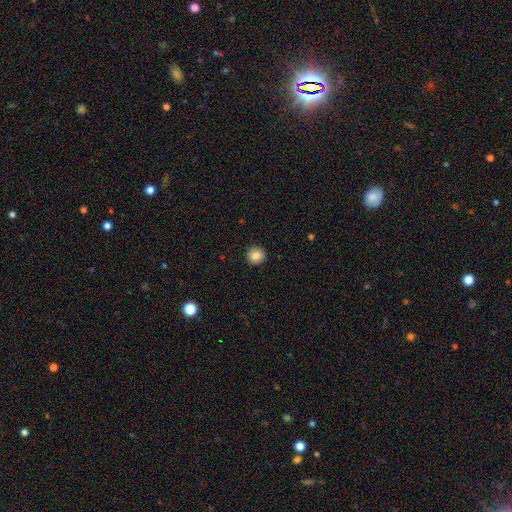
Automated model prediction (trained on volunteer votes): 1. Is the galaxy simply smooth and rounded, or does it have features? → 84% smooth, 9% star or artifact, 7% featured or disk.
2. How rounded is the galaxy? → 92% round, 7% in between, 1% cigar-shaped.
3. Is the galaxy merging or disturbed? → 92% none, 6% minor disturbance, 2% major disturbance, 1% merger.